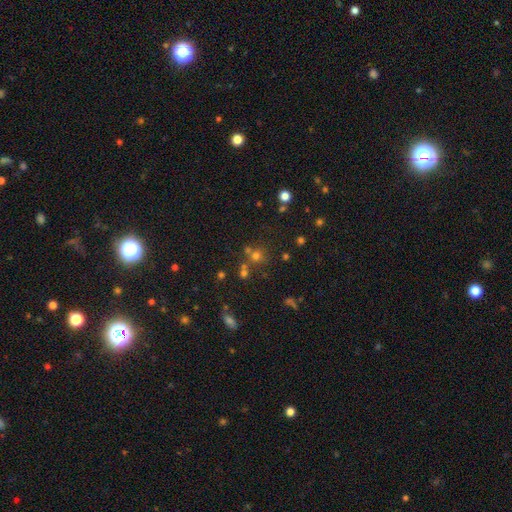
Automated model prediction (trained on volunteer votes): The model was most divided on "smooth or featured": smooth: 48%, star or artifact: 41%, featured or disk: 11%. More confident: merging — none (65%).